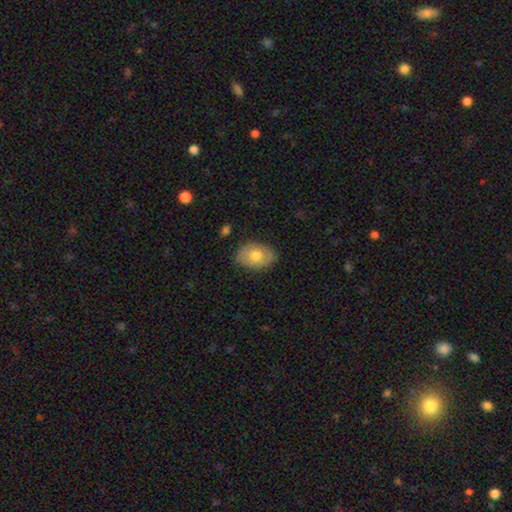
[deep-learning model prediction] Smooth or featured?
  - smooth: 67% *
  - featured or disk: 27%
  - star or artifact: 7%
How rounded?
  - in between: 83% *
  - round: 16%
  - cigar-shaped: 1%
Merging?
  - none: 81% *
  - minor disturbance: 14%
  - major disturbance: 3%
  - merger: 1%